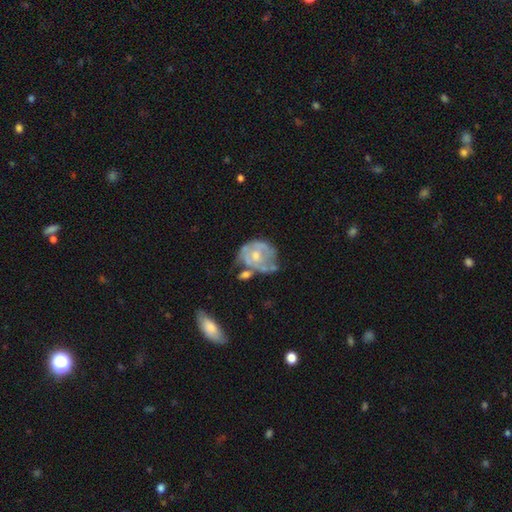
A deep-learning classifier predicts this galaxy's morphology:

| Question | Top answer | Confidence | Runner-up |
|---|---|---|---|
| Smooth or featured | featured or disk | 65% | smooth (28%) |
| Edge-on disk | no | 97% | yes (3%) |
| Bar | no | 78% | weak (19%) |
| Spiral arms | no | 54% | yes (46%) |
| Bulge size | moderate | 57% | small (34%) |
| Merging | none | 31% | minor disturbance (27%) |